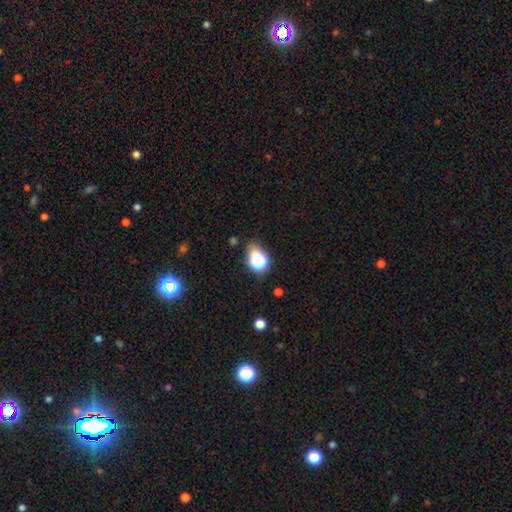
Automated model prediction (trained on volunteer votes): smooth 63%, star or artifact 28%, featured or disk 10%. Down the decision tree: how rounded — in between (53%); merging — none (67%).